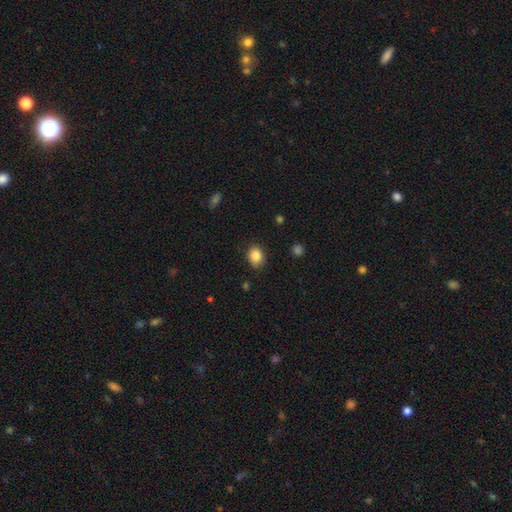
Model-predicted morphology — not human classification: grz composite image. It shows a smooth galaxy with no disk features (86%) that is in between round and cigar-shaped (54%). Merging: none (86%).